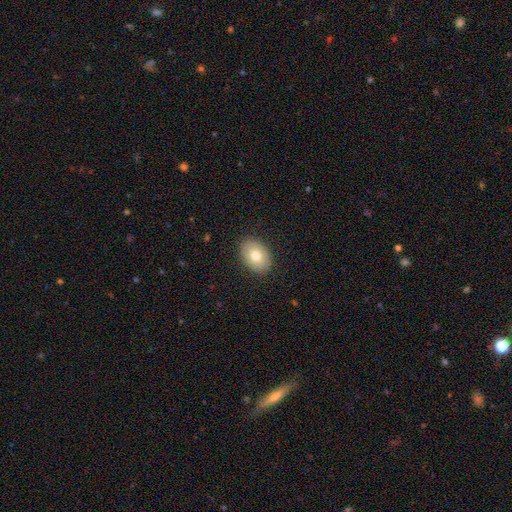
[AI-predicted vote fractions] smooth_or_featured: smooth (p=0.77) [alt: featured or disk p=0.15]
how_rounded: in between (p=0.79) [alt: round p=0.20]
merging: none (p=0.88) [alt: minor disturbance p=0.09]